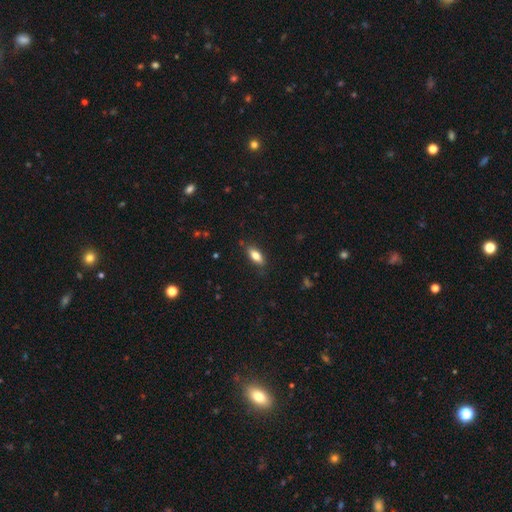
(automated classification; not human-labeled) Smooth or featured?
  - smooth: 79% *
  - featured or disk: 14%
  - star or artifact: 7%
How rounded?
  - in between: 81% *
  - cigar-shaped: 16%
  - round: 3%
Merging?
  - none: 83% *
  - minor disturbance: 13%
  - major disturbance: 3%
  - merger: 1%